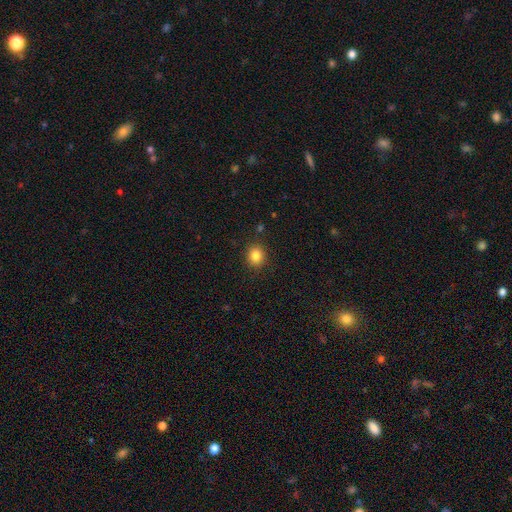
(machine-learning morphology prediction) The model was most divided on "how rounded": round: 69%, in between: 30%, cigar-shaped: 1%. More confident: merging — none (88%); smooth or featured — smooth (84%).